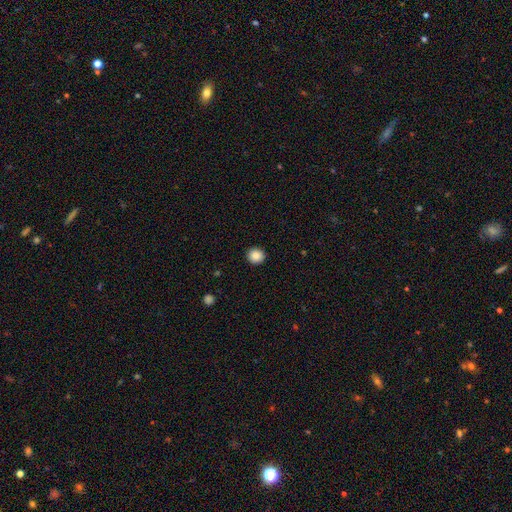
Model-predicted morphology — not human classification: Smooth or featured? Predicted: smooth (p=0.88). How rounded? Predicted: round (p=0.92). Merging? Predicted: none (p=0.93).